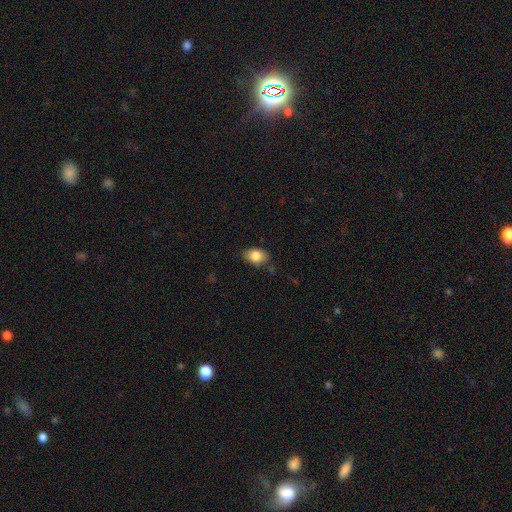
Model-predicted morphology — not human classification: This appears to be a smooth galaxy with no disk features (84%) that is in between round and cigar-shaped (81%). Merging: none (77%).